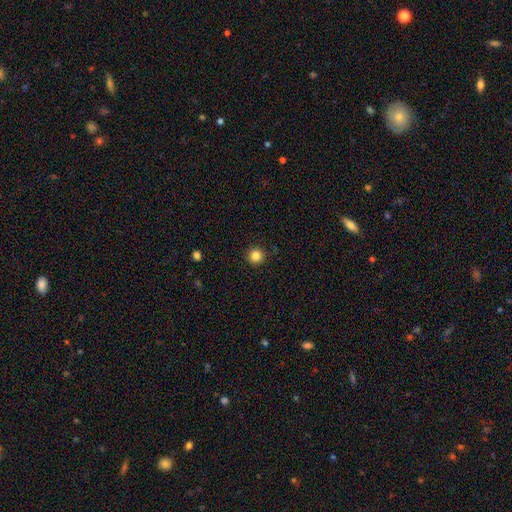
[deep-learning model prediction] smooth_or_featured: smooth (p=0.84) [alt: star or artifact p=0.12]
how_rounded: round (p=0.96) [alt: in between p=0.03]
merging: none (p=0.92) [alt: minor disturbance p=0.05]